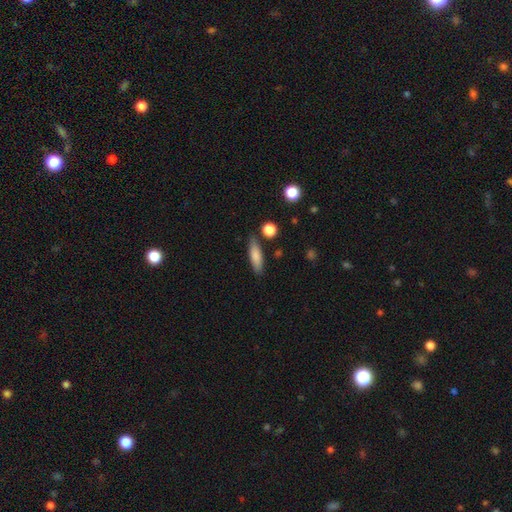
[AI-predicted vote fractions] Overall: smooth (79%). How rounded: cigar-shaped (58%; in between 39%). Merging: none (81%).